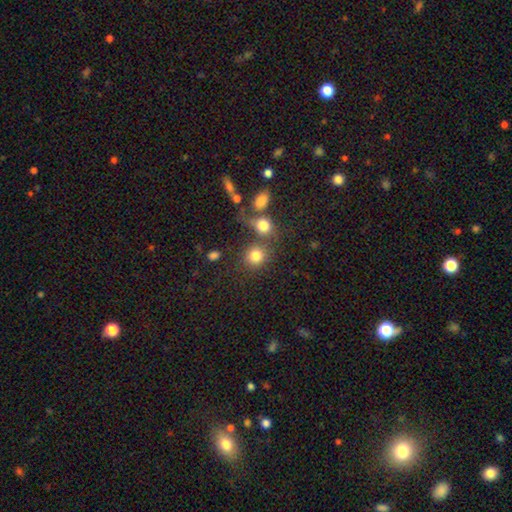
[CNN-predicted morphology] Smooth or featured: smooth — 80% (star or artifact — 12%)
How rounded: round — 82% (in between — 17%)
Merging: none — 58% (merger — 25%)